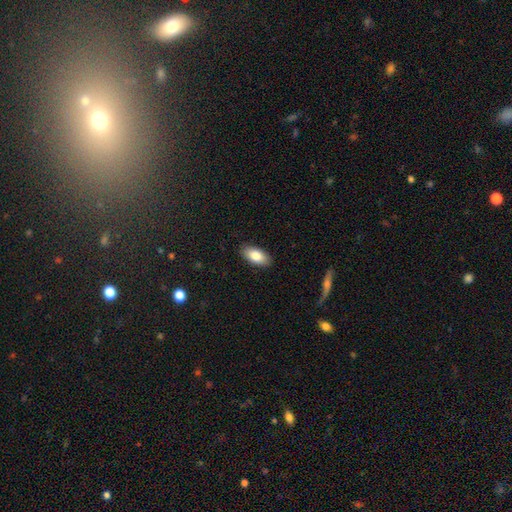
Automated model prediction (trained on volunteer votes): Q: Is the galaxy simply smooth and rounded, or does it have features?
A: smooth — 84%.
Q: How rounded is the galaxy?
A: in between — 92%.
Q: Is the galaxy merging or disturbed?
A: none — 88%.